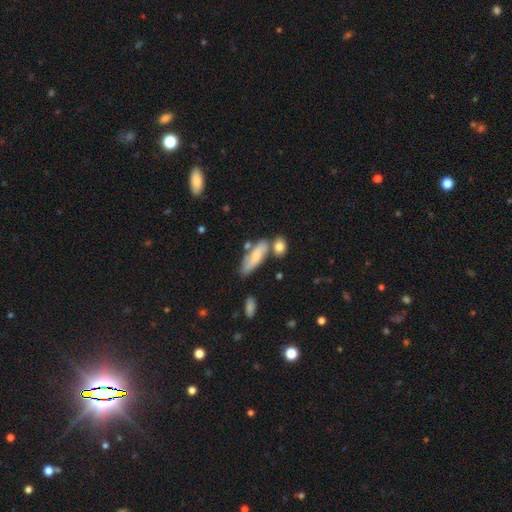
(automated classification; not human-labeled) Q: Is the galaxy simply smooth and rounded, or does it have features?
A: smooth — 66%.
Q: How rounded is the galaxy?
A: in between — 55%.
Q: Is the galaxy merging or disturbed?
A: none — 52%.